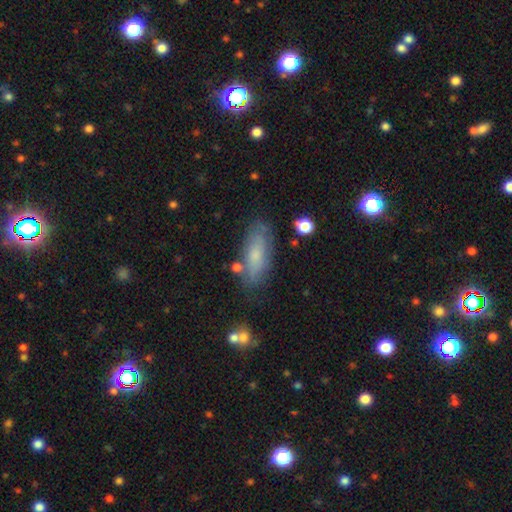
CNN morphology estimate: This is likely a smooth galaxy (65%). How rounded: likely in between (70%). Merging: likely none (74%).